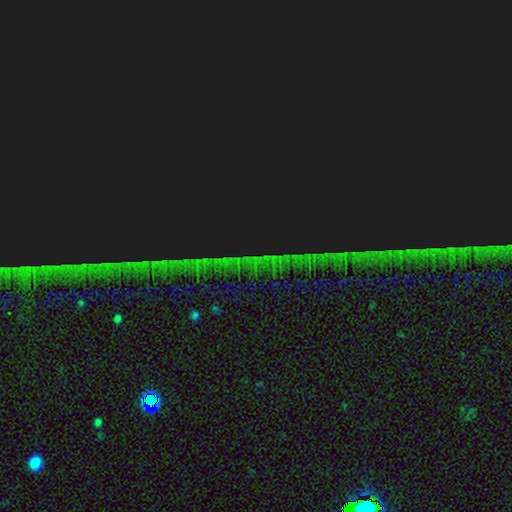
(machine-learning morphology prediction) The model was most divided on "smooth or featured": star or artifact: 87%, featured or disk: 7%, smooth: 6%.